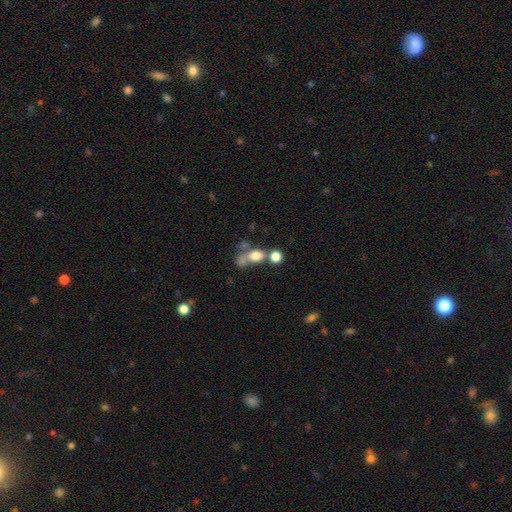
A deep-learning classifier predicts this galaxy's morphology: Smooth or featured?
  - smooth: 69% *
  - featured or disk: 18%
  - star or artifact: 13%
How rounded?
  - in between: 49% *
  - round: 48%
  - cigar-shaped: 3%
Merging?
  - merger: 46% *
  - none: 27%
  - major disturbance: 15%
  - minor disturbance: 11%